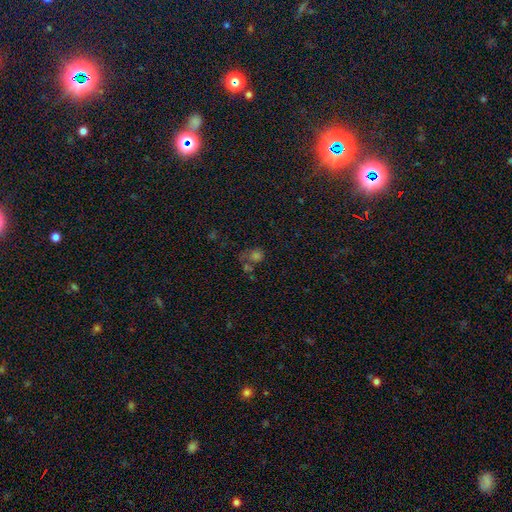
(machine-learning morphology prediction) A smooth galaxy with no disk features (47%). Merging: none (43%).